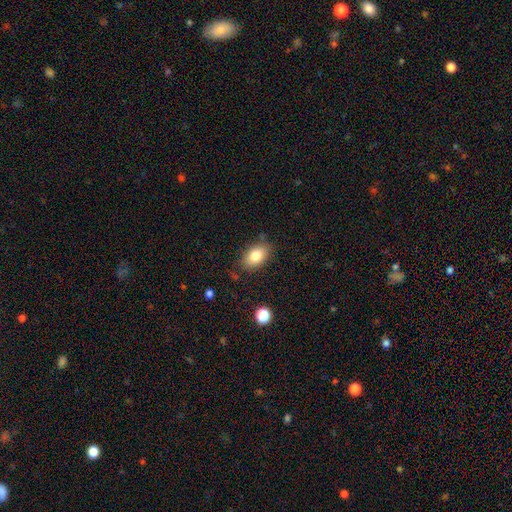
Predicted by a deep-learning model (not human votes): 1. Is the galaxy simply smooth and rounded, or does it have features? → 82% smooth, 10% featured or disk, 8% star or artifact.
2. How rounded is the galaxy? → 89% in between, 10% round, 2% cigar-shaped.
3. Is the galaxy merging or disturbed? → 80% none, 14% minor disturbance, 3% major disturbance, 2% merger.